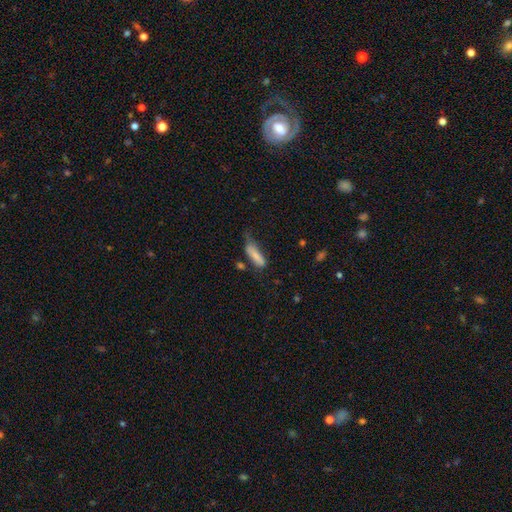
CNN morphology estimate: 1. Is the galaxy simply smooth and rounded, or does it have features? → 77% smooth, 15% featured or disk, 8% star or artifact.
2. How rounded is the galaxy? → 52% cigar-shaped, 46% in between, 2% round.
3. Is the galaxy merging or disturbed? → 37% minor disturbance, 35% none, 22% major disturbance, 6% merger.